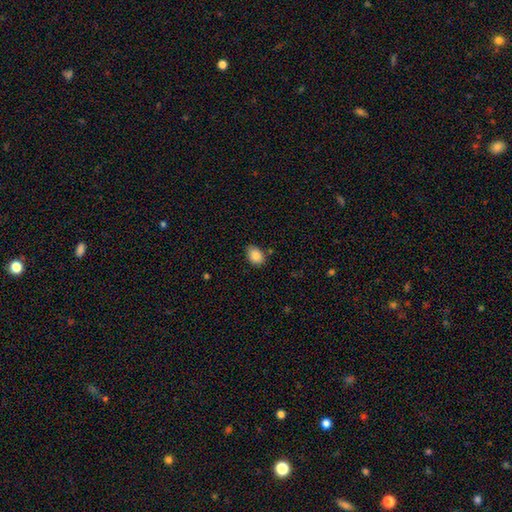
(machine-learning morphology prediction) This is clearly a smooth galaxy (87%). How rounded: likely in between (79%). Merging: likely none (77%).